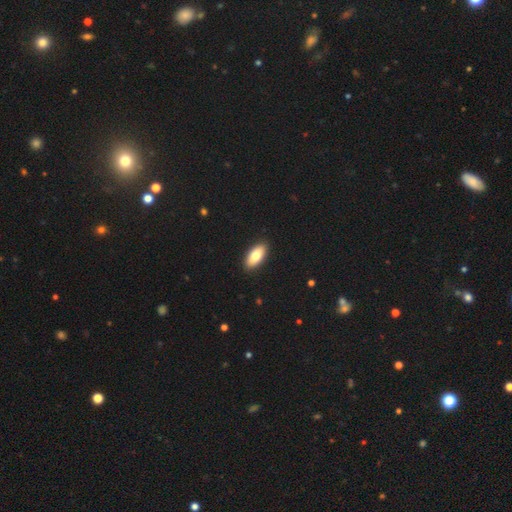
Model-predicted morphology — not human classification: smooth_or_featured: smooth (p=0.80) [alt: featured or disk p=0.14]
how_rounded: in between (p=0.88) [alt: cigar-shaped p=0.10]
merging: none (p=0.91) [alt: minor disturbance p=0.07]